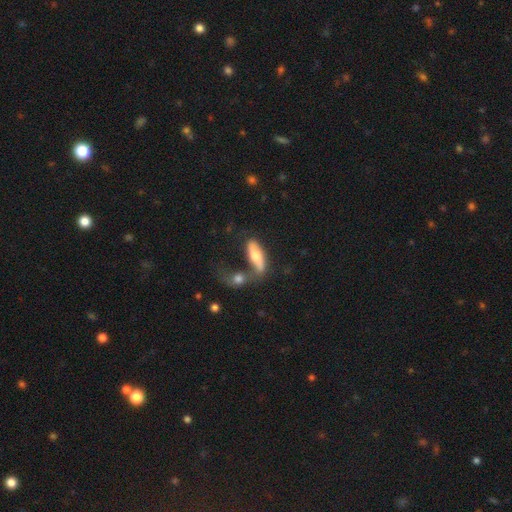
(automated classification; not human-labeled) Smooth or featured? Predicted: smooth (p=0.59). How rounded? Predicted: in between (p=0.59). Merging? Predicted: merger (p=0.43).